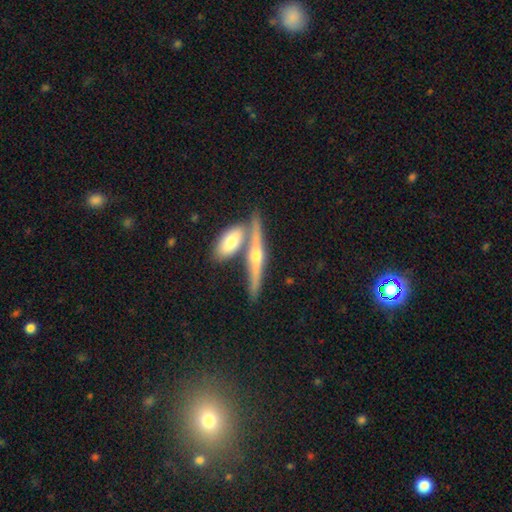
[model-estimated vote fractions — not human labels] Morphology: type=featured or disk (69%); edge-on=yes (95%); edge-on bulge=rounded (90%); merging=none (60%).